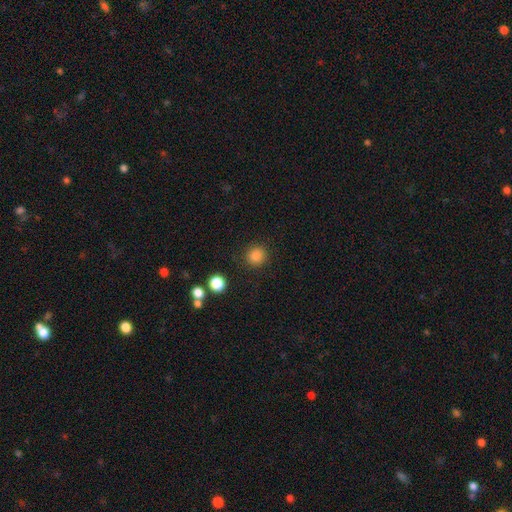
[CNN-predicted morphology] A smooth galaxy with no disk features (85%) that is round (91%). Merging: none (89%).